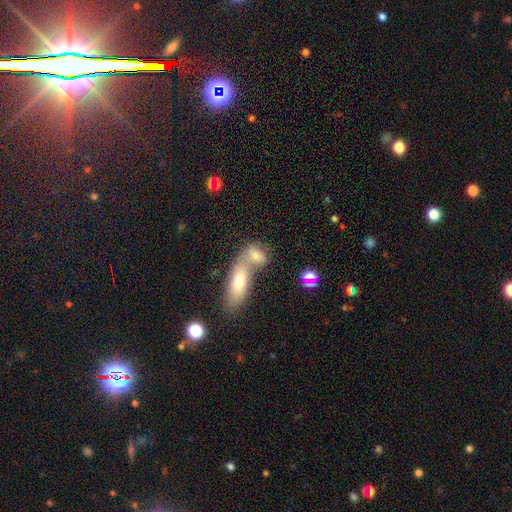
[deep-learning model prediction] Q: Smooth or featured?
A: smooth (70%); runner-up: featured or disk (19%)
Q: How rounded?
A: in between (76%); runner-up: round (13%)
Q: Merging?
A: merger (61%); runner-up: none (28%)